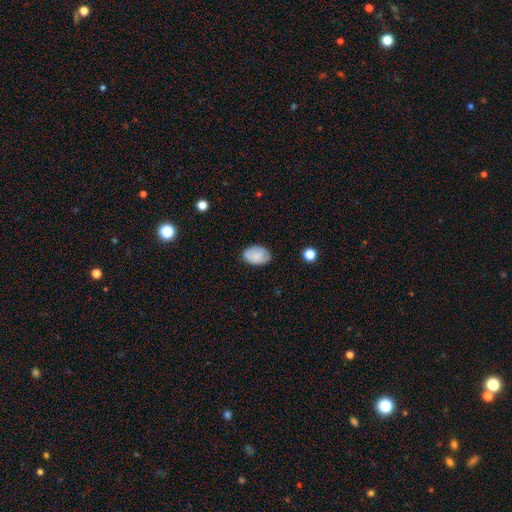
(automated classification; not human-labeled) The model was most divided on "merging": none: 76%, minor disturbance: 19%, major disturbance: 4%, merger: 1%. More confident: how rounded — in between (86%); smooth or featured — smooth (75%).